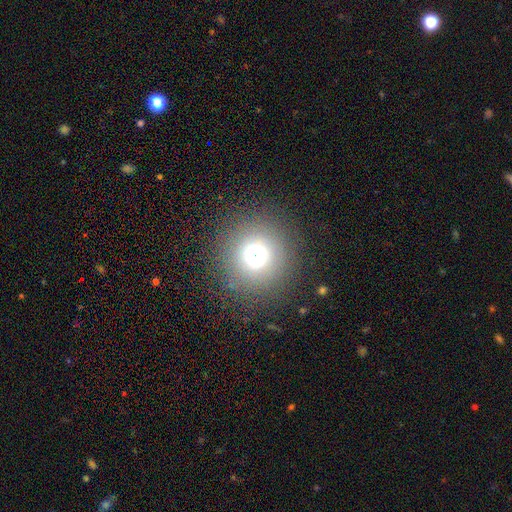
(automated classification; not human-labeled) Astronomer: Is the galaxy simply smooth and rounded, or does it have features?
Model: smooth — 59%.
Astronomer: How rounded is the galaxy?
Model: round — 94%.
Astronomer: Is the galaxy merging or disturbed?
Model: none — 87%.